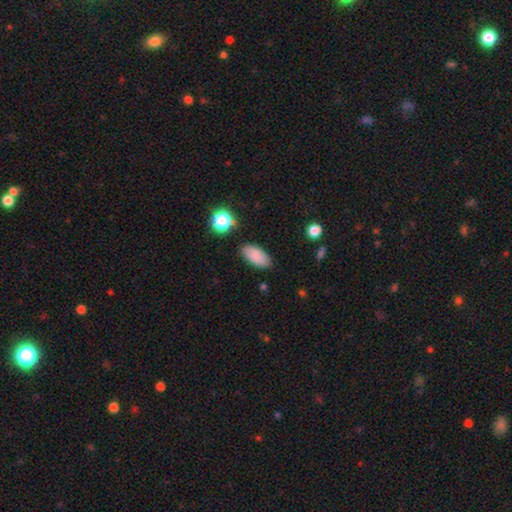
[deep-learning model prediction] Smooth or featured: smooth — 84% (star or artifact — 8%)
How rounded: in between — 92% (cigar-shaped — 4%)
Merging: none — 84% (minor disturbance — 12%)